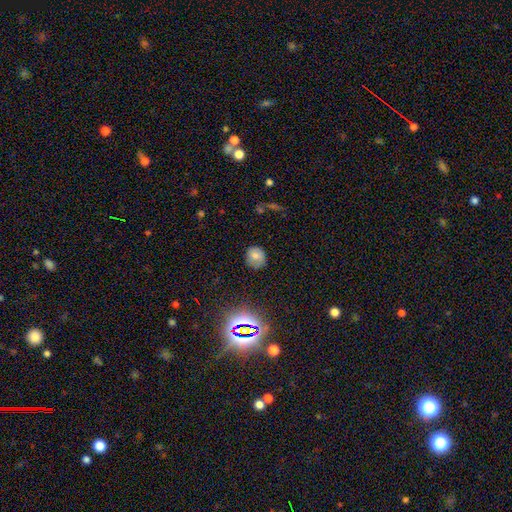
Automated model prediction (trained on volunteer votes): Overall: smooth (75%). How rounded: round (74%). Merging: none (77%).